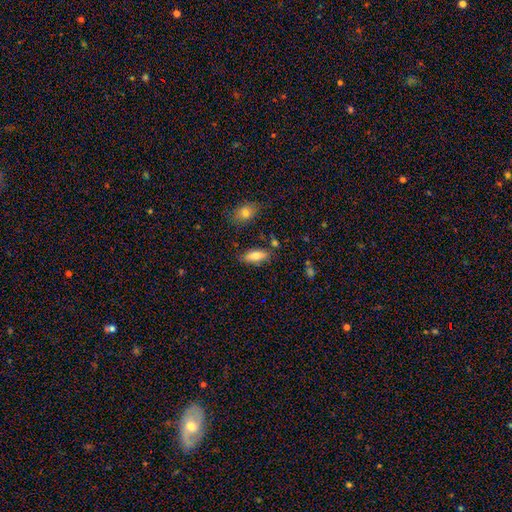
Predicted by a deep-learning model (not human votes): Smooth or featured?
  - smooth: 78% *
  - featured or disk: 14%
  - star or artifact: 7%
How rounded?
  - in between: 74% *
  - cigar-shaped: 23%
  - round: 2%
Merging?
  - none: 77% *
  - minor disturbance: 15%
  - merger: 5%
  - major disturbance: 3%